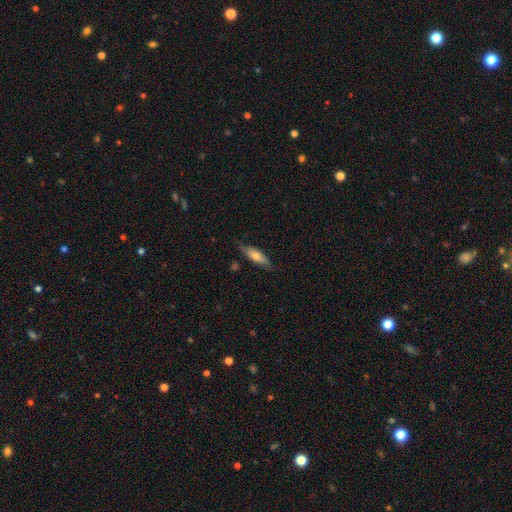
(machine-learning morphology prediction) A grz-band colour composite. It shows a smooth galaxy with no disk features (61%) that is cigar-shaped (56%). Merging: none (80%).